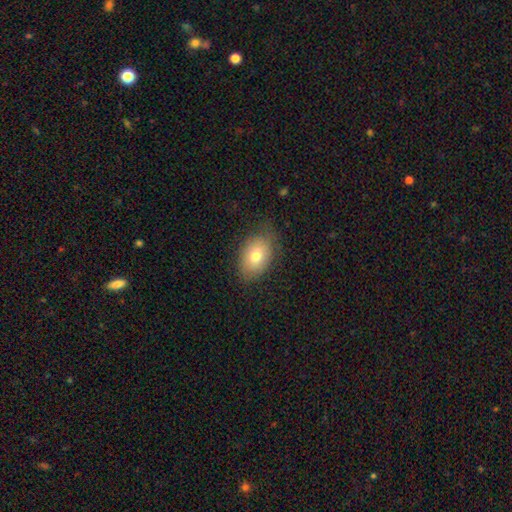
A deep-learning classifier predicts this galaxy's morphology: Smooth or featured: smooth — 76% (featured or disk — 15%)
How rounded: in between — 82% (round — 16%)
Merging: none — 73% (minor disturbance — 21%)